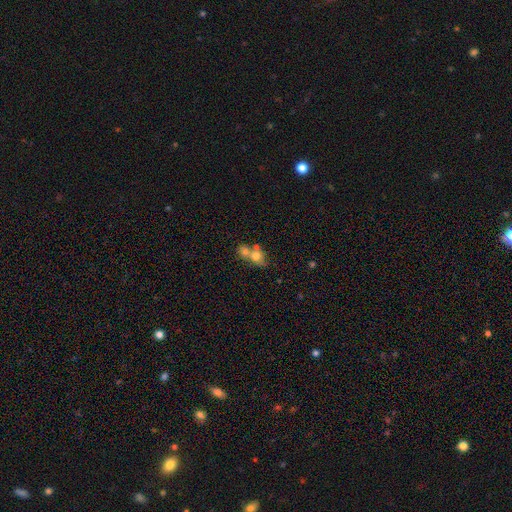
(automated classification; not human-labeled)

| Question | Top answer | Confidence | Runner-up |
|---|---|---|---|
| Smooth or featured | smooth | 66% | featured or disk (23%) |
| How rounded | round | 62% | in between (36%) |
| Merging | merger | 64% | none (23%) |